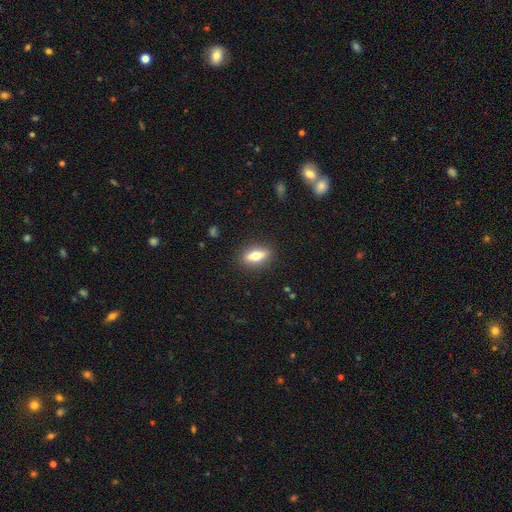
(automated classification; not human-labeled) A smooth galaxy with no disk features (61%) that is in between round and cigar-shaped (67%). Merging: none (87%).